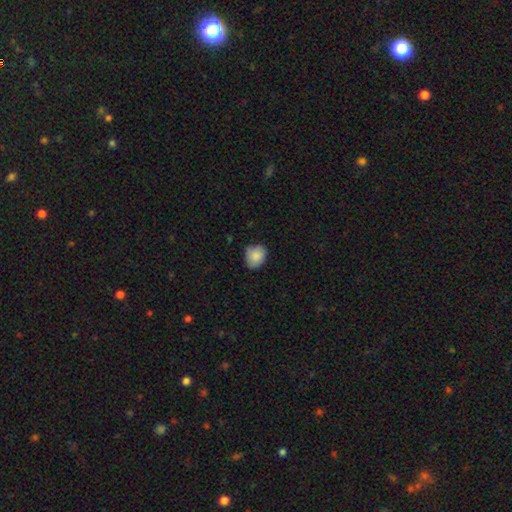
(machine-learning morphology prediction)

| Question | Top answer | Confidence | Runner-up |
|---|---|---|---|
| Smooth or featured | smooth | 86% | star or artifact (8%) |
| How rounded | round | 54% | in between (45%) |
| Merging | none | 72% | minor disturbance (24%) |